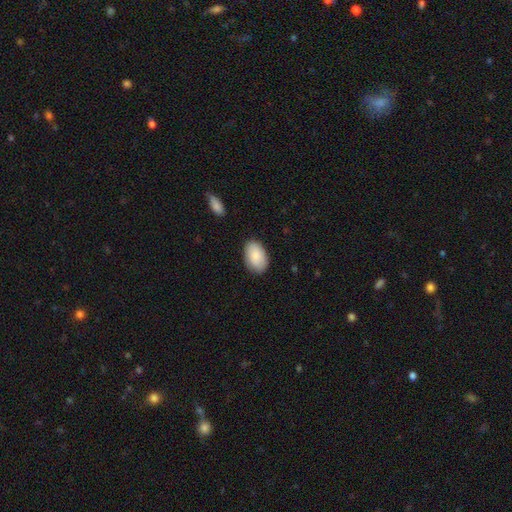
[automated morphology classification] smooth 87%, featured or disk 7%, star or artifact 6%. Down the decision tree: how rounded — in between (92%); merging — none (86%).